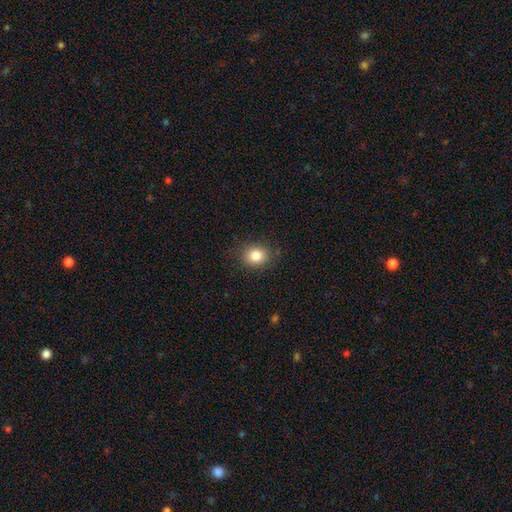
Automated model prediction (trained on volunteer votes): smooth 82%, star or artifact 11%, featured or disk 7%. Down the decision tree: how rounded — round (68%); merging — none (86%).